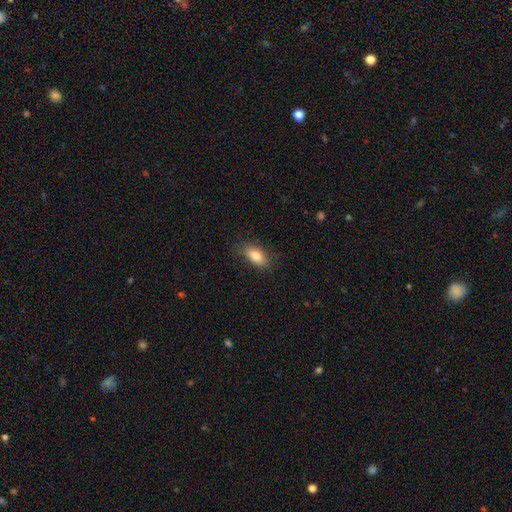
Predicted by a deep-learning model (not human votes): Smooth or featured?
  - smooth: 81% *
  - featured or disk: 11%
  - star or artifact: 7%
How rounded?
  - in between: 88% *
  - cigar-shaped: 8%
  - round: 4%
Merging?
  - none: 81% *
  - minor disturbance: 14%
  - major disturbance: 4%
  - merger: 1%